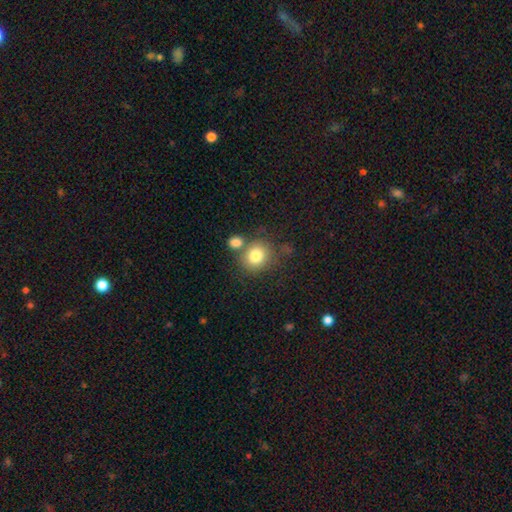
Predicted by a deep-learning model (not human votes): smooth_or_featured: smooth (p=0.80) [alt: star or artifact p=0.11]
how_rounded: round (p=0.80) [alt: in between p=0.19]
merging: none (p=0.62) [alt: merger p=0.23]